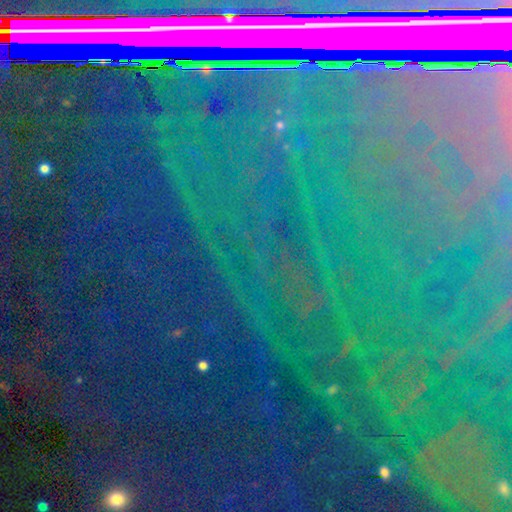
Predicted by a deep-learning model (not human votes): smooth-or-featured: star or artifact: 86% | featured or disk: 7% | smooth: 7%